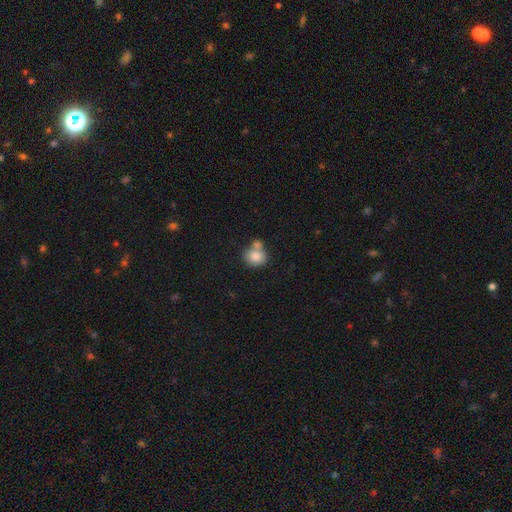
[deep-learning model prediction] Morphology: type=smooth (82%); roundness=round (79%); merging=none (48%).